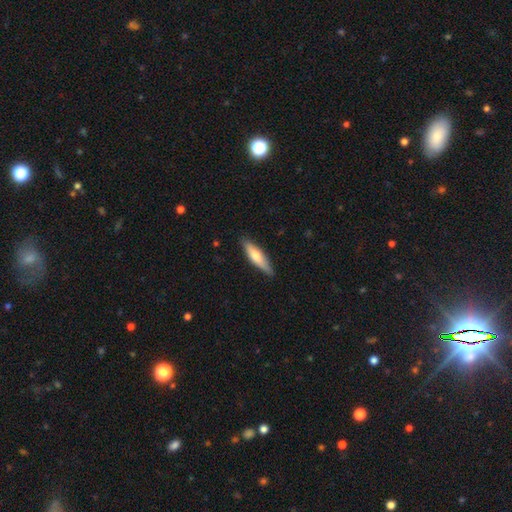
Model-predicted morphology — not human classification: This is likely a smooth galaxy (60%). How rounded: likely cigar-shaped (70%). Merging: clearly none (86%).